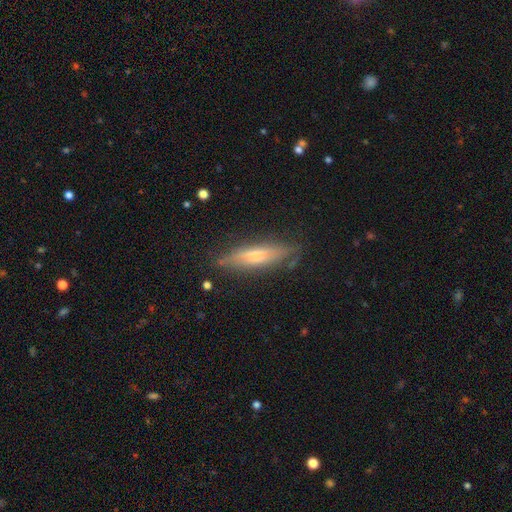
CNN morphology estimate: Smooth or featured? smooth (53%)
How rounded? cigar-shaped (75%)
Merging? none (78%)